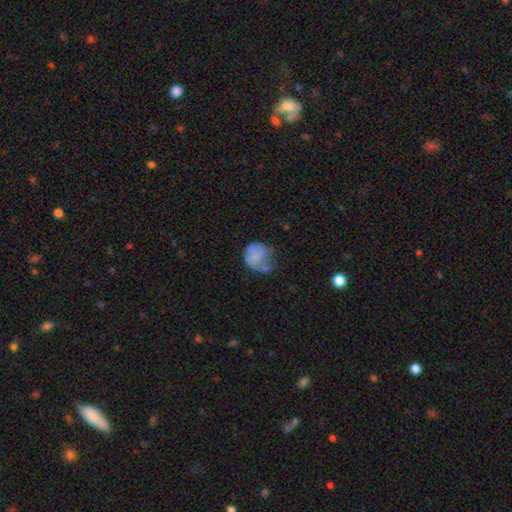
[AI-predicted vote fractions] This is likely a smooth galaxy (66%). How rounded: likely round (73%). Merging: marginally minor disturbance (34%).